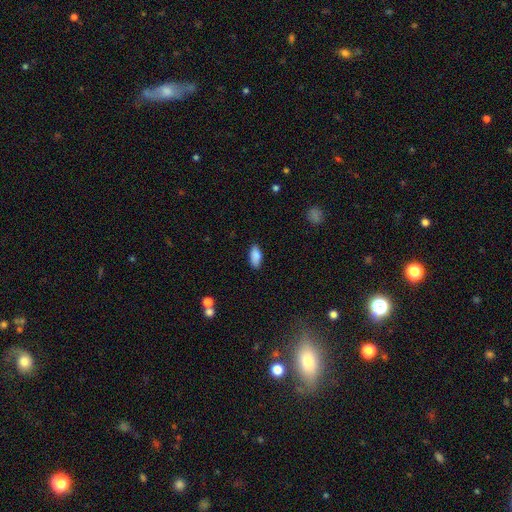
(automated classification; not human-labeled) Smooth or featured: smooth — 87% (star or artifact — 7%)
How rounded: in between — 89% (cigar-shaped — 8%)
Merging: none — 84% (minor disturbance — 12%)